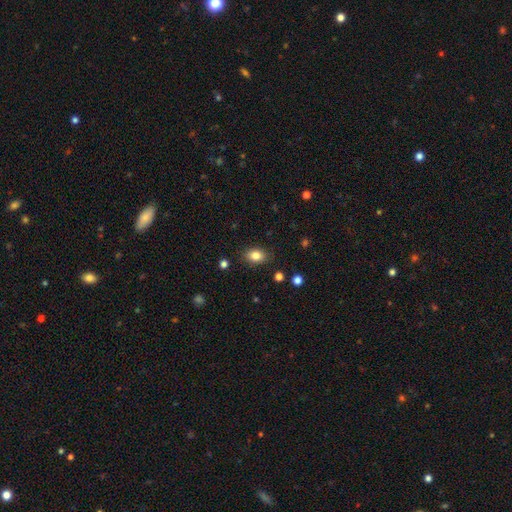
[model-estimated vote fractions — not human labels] Smooth or featured: smooth — 84% (star or artifact — 10%)
How rounded: in between — 76% (round — 22%)
Merging: none — 85% (minor disturbance — 11%)